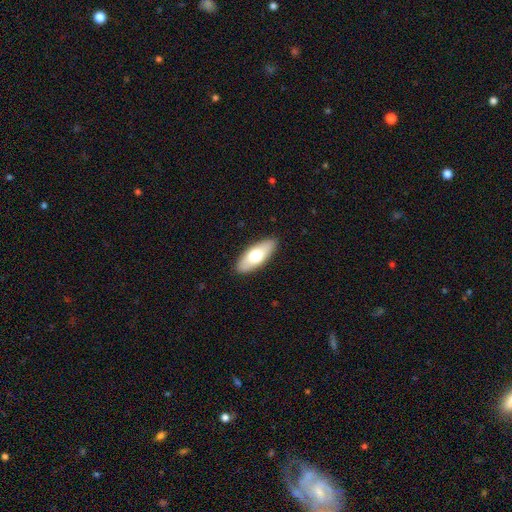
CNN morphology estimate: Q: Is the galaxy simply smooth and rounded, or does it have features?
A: smooth — 67%.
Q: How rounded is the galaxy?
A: in between — 80%.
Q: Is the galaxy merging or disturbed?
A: none — 89%.